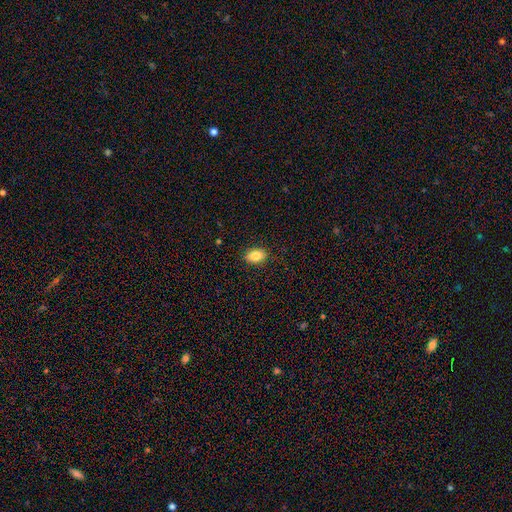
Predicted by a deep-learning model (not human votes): smooth 84%, star or artifact 8%, featured or disk 8%. Down the decision tree: how rounded — in between (88%); merging — none (88%).